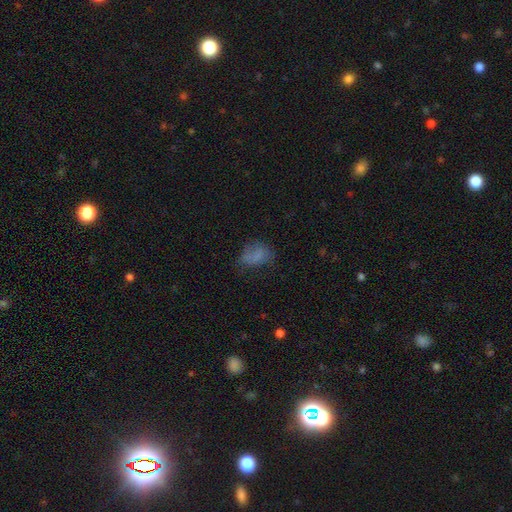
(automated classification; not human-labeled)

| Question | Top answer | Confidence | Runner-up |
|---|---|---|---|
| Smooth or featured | smooth | 68% | featured or disk (18%) |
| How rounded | in between | 73% | round (25%) |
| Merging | none | 46% | minor disturbance (29%) |